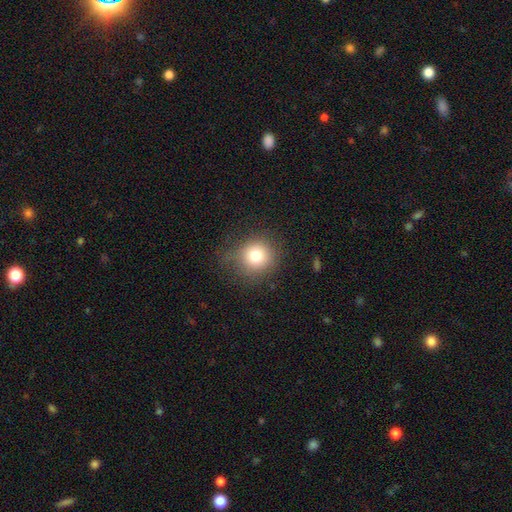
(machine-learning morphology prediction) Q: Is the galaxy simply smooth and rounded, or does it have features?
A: smooth — 77%.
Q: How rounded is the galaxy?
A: round — 90%.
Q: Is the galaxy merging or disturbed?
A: none — 76%.